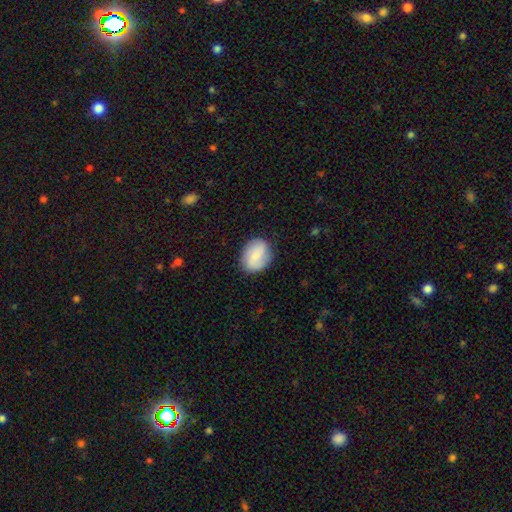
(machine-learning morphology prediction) Smooth or featured? Predicted: smooth (p=0.60). How rounded? Predicted: in between (p=0.52). Merging? Predicted: none (p=0.81).